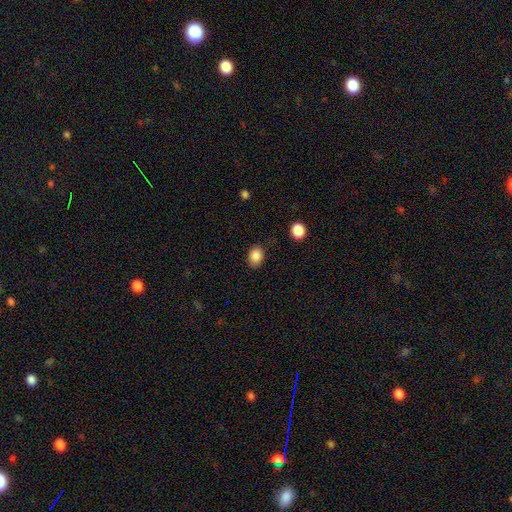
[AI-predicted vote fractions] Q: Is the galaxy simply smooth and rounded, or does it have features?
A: smooth — 87%.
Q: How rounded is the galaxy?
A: in between — 69%.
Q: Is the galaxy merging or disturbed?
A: none — 81%.